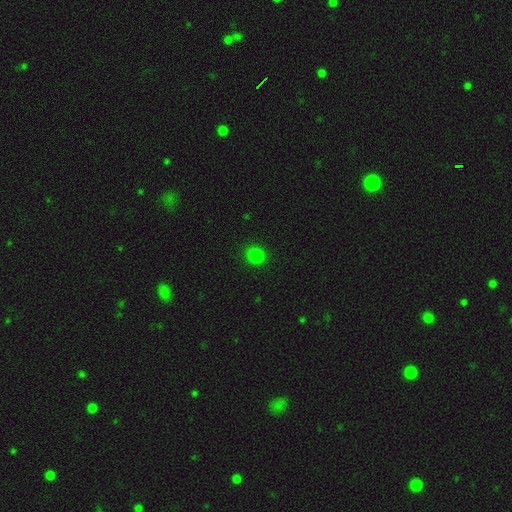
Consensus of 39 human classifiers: Smooth or featured: smooth — 90% (star or artifact — 8%)
How rounded: round — 83% (in between — 17%)
Merging: none — 97% (merger — 3%)